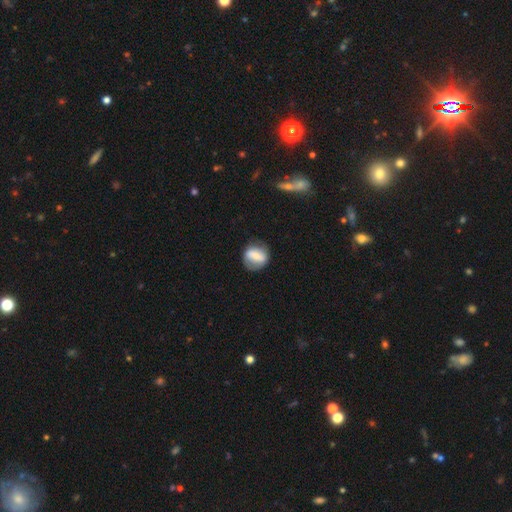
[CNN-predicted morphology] Overall: smooth (52%; featured or disk 41%). How rounded: round (63%; in between 34%). Merging: none (75%).